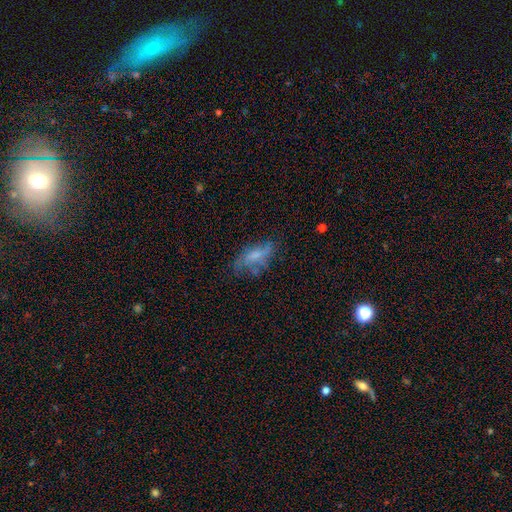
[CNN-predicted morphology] A smooth galaxy with no disk features (48%). Merging: none (49%).